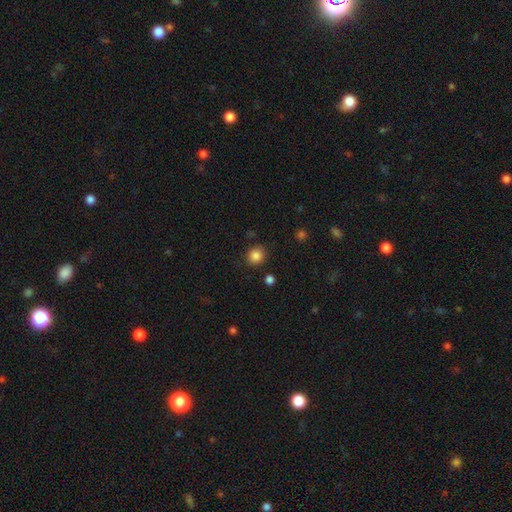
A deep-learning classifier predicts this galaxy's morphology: Overall: smooth (85%). How rounded: round (84%). Merging: none (85%).